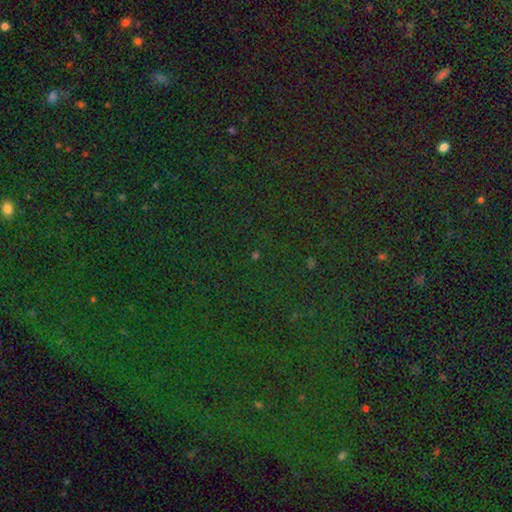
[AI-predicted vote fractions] Smooth or featured? Predicted: star or artifact (p=0.74).